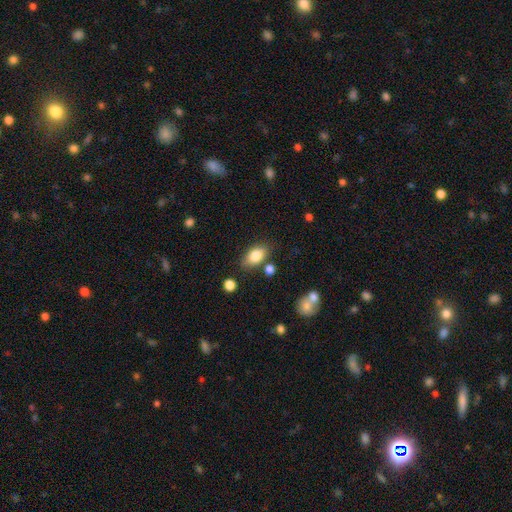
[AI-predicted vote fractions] Morphology: type=smooth (82%); roundness=in between (88%); merging=none (75%).